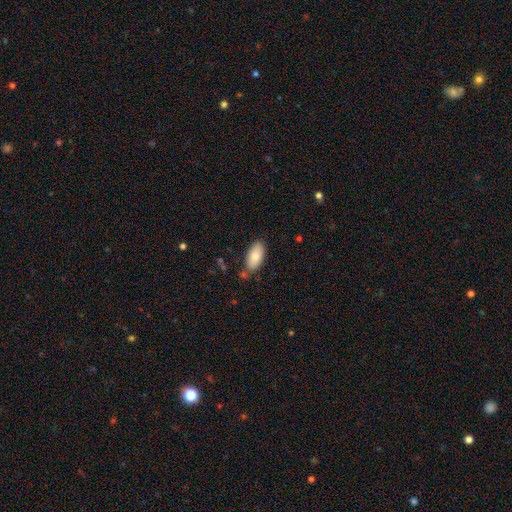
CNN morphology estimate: Smooth or featured?
  - smooth: 83% *
  - featured or disk: 10%
  - star or artifact: 6%
How rounded?
  - in between: 93% *
  - cigar-shaped: 5%
  - round: 2%
Merging?
  - none: 77% *
  - minor disturbance: 15%
  - merger: 5%
  - major disturbance: 3%